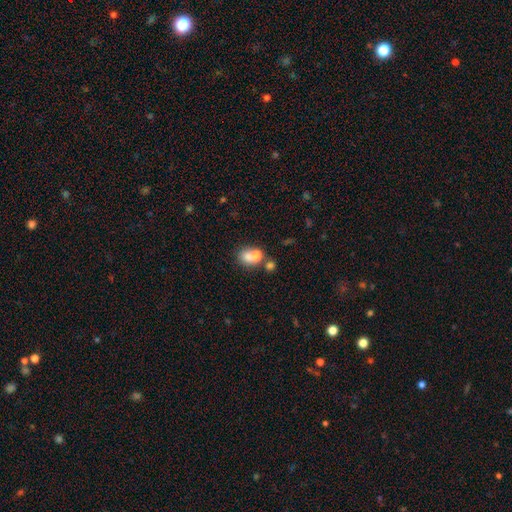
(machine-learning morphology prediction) Q: Smooth or featured?
A: smooth (69%); runner-up: featured or disk (17%)
Q: How rounded?
A: round (59%); runner-up: in between (40%)
Q: Merging?
A: merger (49%); runner-up: none (36%)